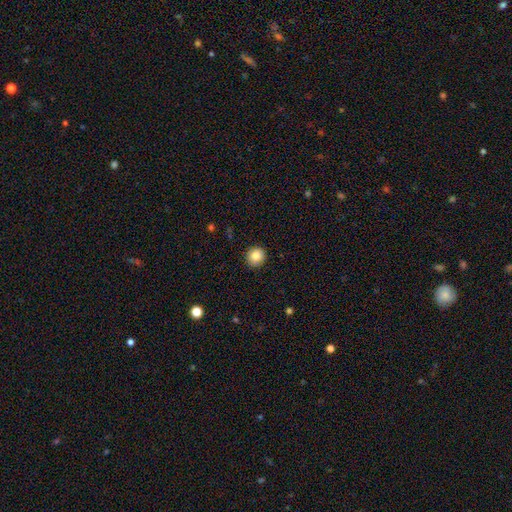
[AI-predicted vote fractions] Smooth or featured? smooth (85%)
How rounded? round (93%)
Merging? none (92%)